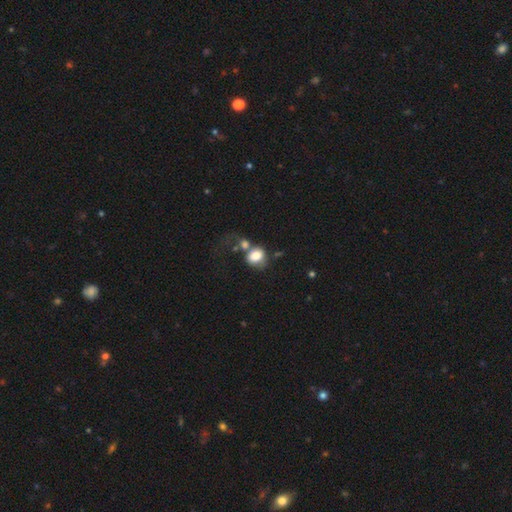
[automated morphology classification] The model was most divided on "how rounded": in between: 53%, round: 46%, cigar-shaped: 1%. Remaining: smooth or featured — smooth (78%); merging — merger (38%).